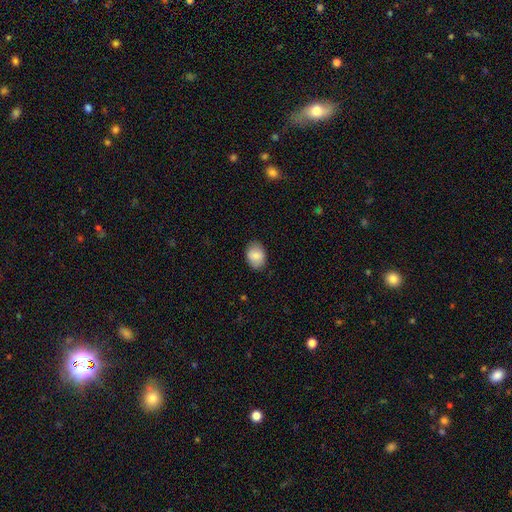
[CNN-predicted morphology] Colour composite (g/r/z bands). It shows a smooth galaxy with no disk features (85%) that is in between round and cigar-shaped (72%). Merging: none (84%).